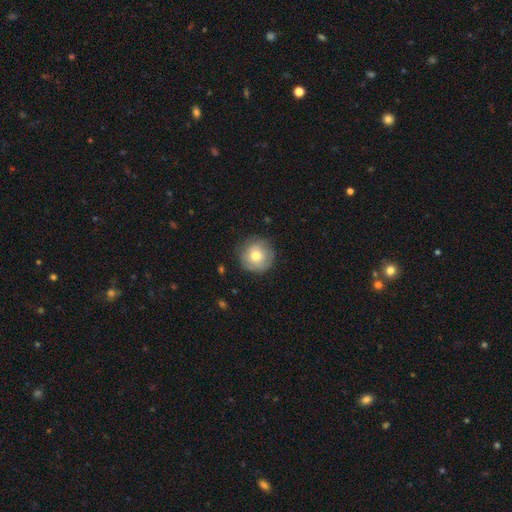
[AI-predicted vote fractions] smooth_or_featured: smooth (p=0.65) [alt: featured or disk p=0.26]
how_rounded: round (p=0.95) [alt: in between p=0.04]
merging: none (p=0.81) [alt: minor disturbance p=0.14]